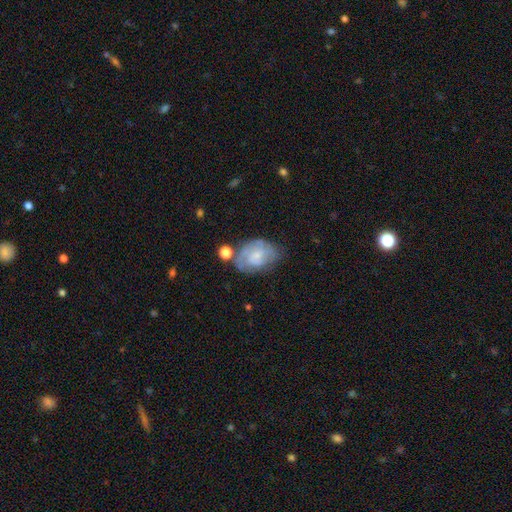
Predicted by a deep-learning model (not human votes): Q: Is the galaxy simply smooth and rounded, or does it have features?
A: featured or disk — 60%.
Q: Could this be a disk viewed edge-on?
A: no — 97%.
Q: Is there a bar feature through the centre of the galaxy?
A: no — 60%.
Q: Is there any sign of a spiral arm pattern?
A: yes — 78%.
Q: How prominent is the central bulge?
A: small — 53%.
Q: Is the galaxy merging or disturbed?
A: none — 51%.